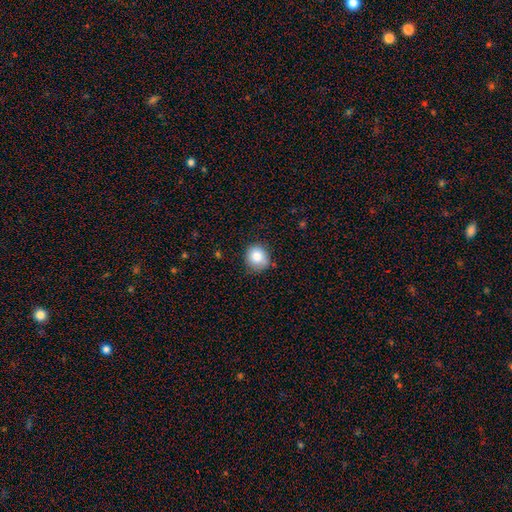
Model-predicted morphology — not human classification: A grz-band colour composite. It shows a smooth galaxy with no disk features (84%) that is round (84%). Merging: none (73%).